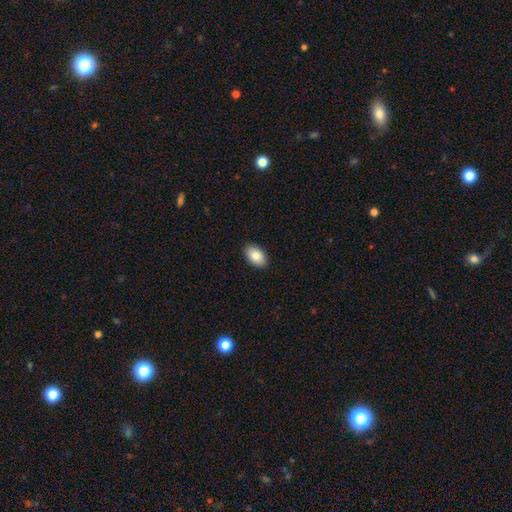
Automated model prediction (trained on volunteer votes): A smooth galaxy with no disk features (85%) that is in between round and cigar-shaped (92%). Merging: none (90%).